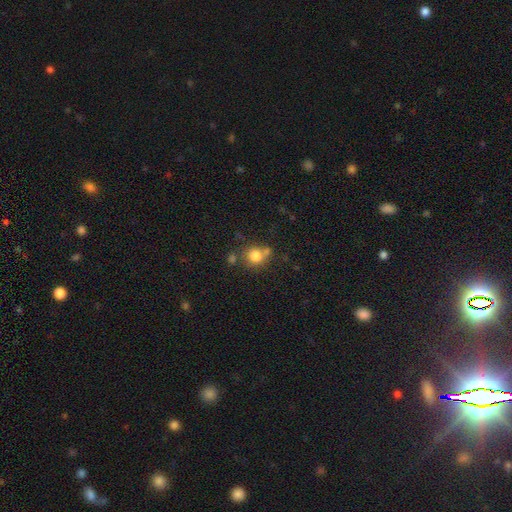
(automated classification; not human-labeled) Smooth or featured? Predicted: smooth (p=0.80). How rounded? Predicted: round (p=0.85). Merging? Predicted: none (p=0.60).